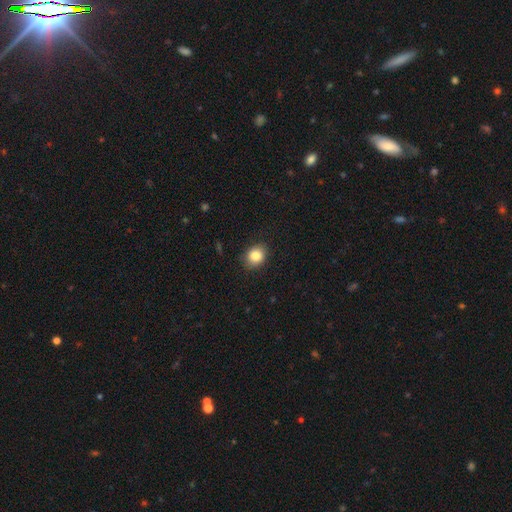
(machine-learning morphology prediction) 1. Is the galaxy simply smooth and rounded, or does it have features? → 85% smooth, 9% star or artifact, 6% featured or disk.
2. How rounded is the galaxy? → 55% round, 44% in between, 1% cigar-shaped.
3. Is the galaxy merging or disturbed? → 85% none, 11% minor disturbance, 3% major disturbance, 1% merger.